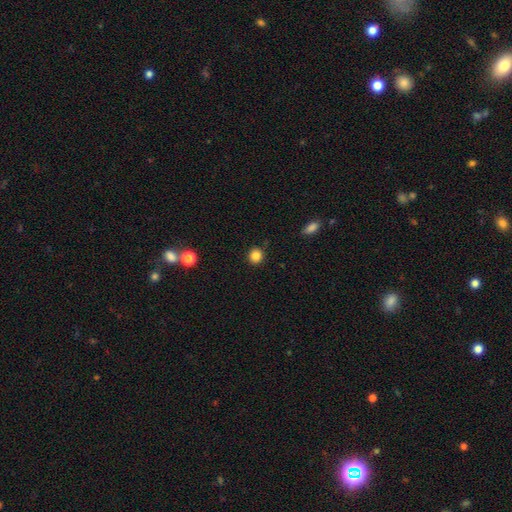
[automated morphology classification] Overall: smooth (85%). How rounded: round (87%). Merging: none (89%).